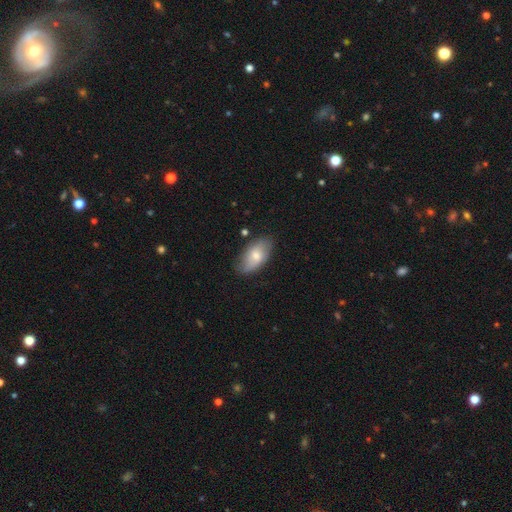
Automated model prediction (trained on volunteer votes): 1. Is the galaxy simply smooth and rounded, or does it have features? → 66% smooth, 27% featured or disk, 6% star or artifact.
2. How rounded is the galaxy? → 93% in between, 4% round, 3% cigar-shaped.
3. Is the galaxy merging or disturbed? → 74% none, 20% minor disturbance, 4% major disturbance, 2% merger.